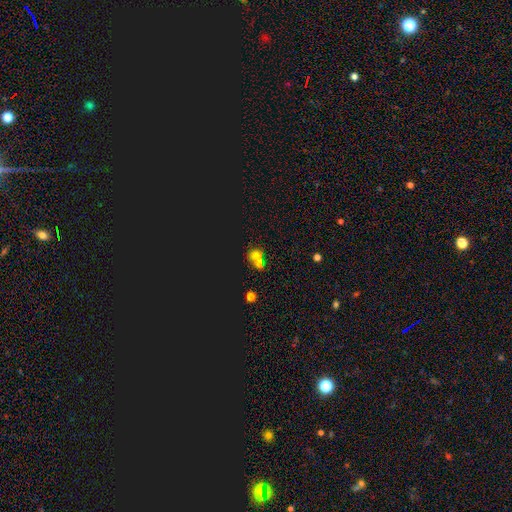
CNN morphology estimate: Smooth or featured? Predicted: smooth (p=0.57). How rounded? Predicted: round (p=0.76). Merging? Predicted: none (p=0.46).